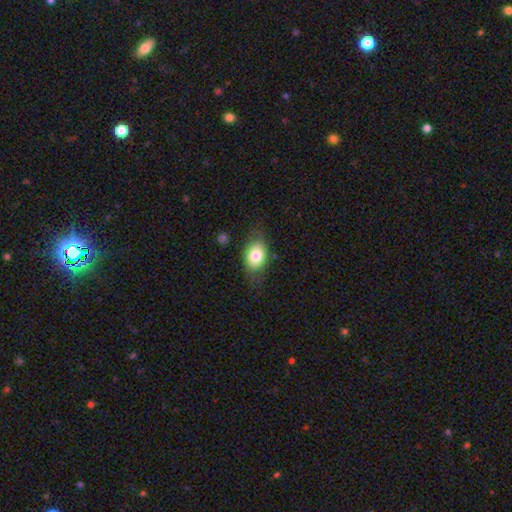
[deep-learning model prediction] Smooth or featured: smooth — 76% (featured or disk — 17%)
How rounded: in between — 75% (round — 23%)
Merging: none — 70% (minor disturbance — 20%)